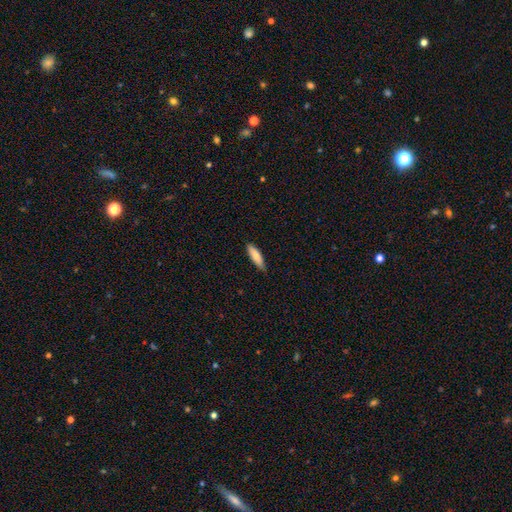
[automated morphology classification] A smooth galaxy with no disk features (80%) that is cigar-shaped (65%). Merging: none (83%).